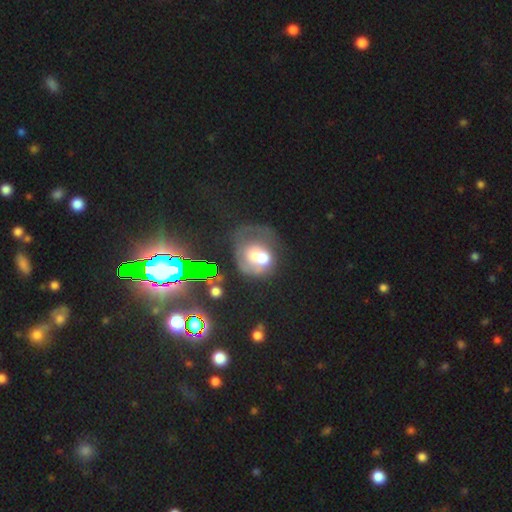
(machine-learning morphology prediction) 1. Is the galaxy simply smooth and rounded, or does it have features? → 44% featured or disk, 42% smooth, 15% star or artifact.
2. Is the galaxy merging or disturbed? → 39% merger, 29% major disturbance, 19% none, 13% minor disturbance.